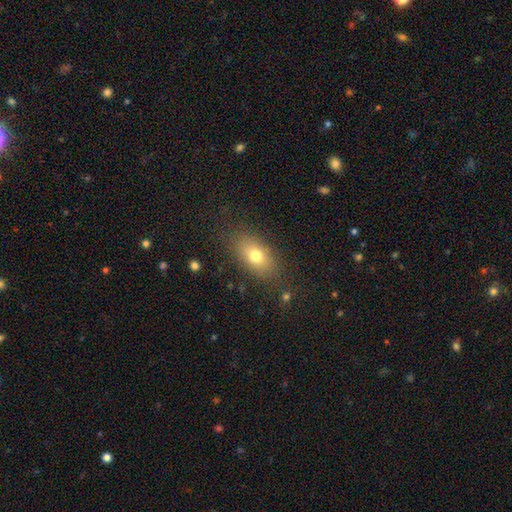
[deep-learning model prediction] smooth-or-featured: smooth: 75% | featured or disk: 15% | star or artifact: 10%
  how-rounded: in between: 84% | round: 11% | cigar-shaped: 5%
  merging: none: 81% | minor disturbance: 12% | major disturbance: 5% | merger: 2%